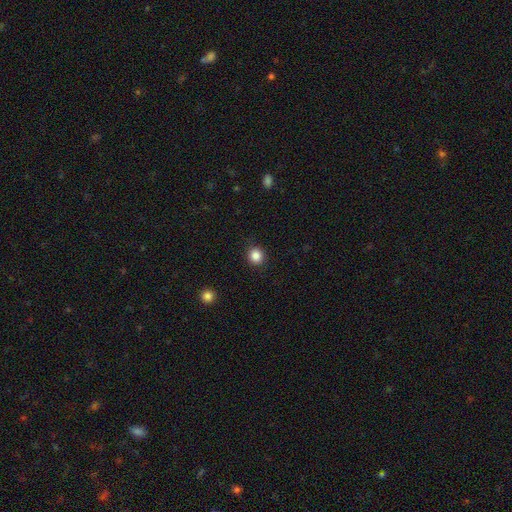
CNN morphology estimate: This is clearly a smooth galaxy (85%). How rounded: clearly round (87%). Merging: clearly none (90%).